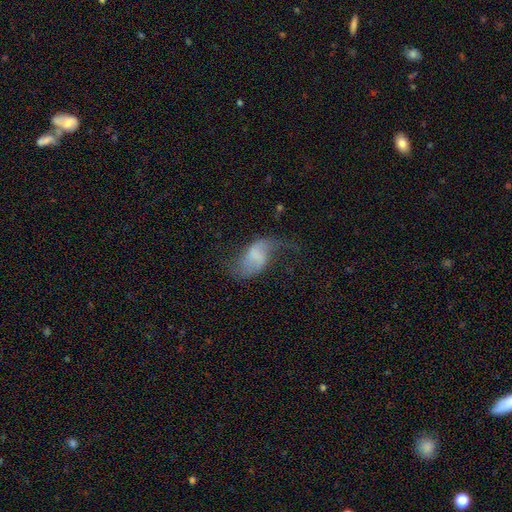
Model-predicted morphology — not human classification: The model was most divided on "bar": weak: 46%, no: 35%, strong: 19%. More confident: edge-on disk — no (97%); spiral arms — yes (89%); spiral arm count — 2 (87%); spiral winding — loose (82%); smooth or featured — featured or disk (72%); bulge size — none (57%); merging — none (50%).